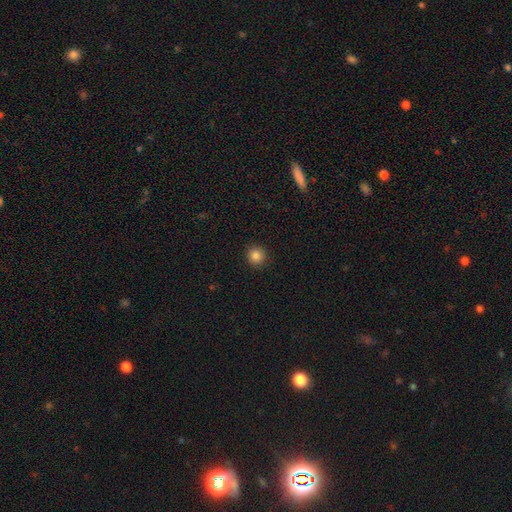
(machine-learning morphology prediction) type=smooth (85%); roundness=round (93%); merging=none (92%).